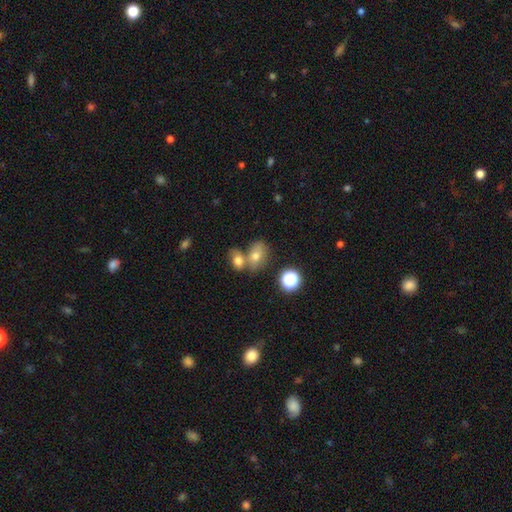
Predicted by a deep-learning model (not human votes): Q: Smooth or featured?
A: smooth (71%); runner-up: featured or disk (16%)
Q: How rounded?
A: in between (67%); runner-up: round (31%)
Q: Merging?
A: merger (47%); runner-up: none (39%)